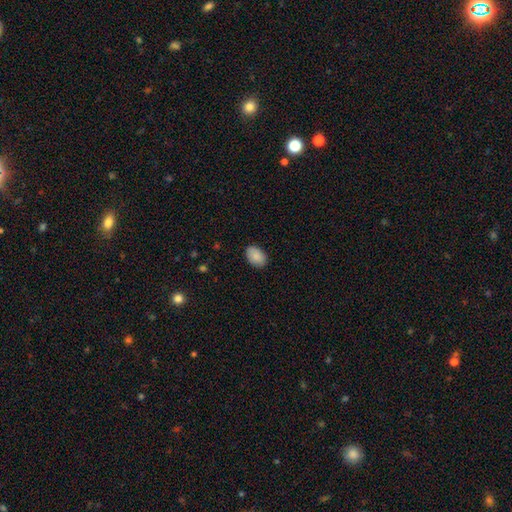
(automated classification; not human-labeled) A smooth galaxy with no disk features (88%) that is in between round and cigar-shaped (87%). Merging: none (86%).